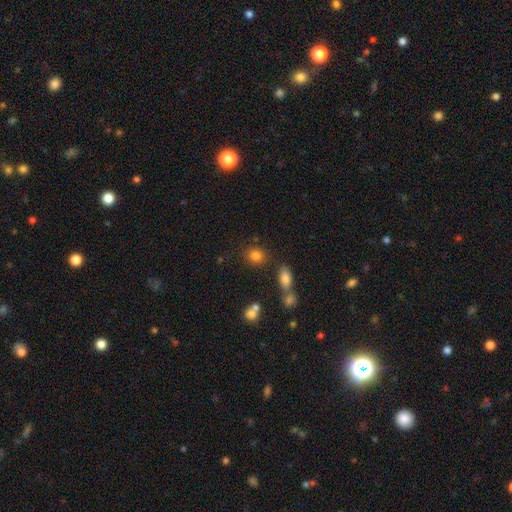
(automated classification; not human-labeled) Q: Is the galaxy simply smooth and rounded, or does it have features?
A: smooth — 82%.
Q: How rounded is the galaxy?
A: round — 74%.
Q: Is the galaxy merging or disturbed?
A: none — 79%.